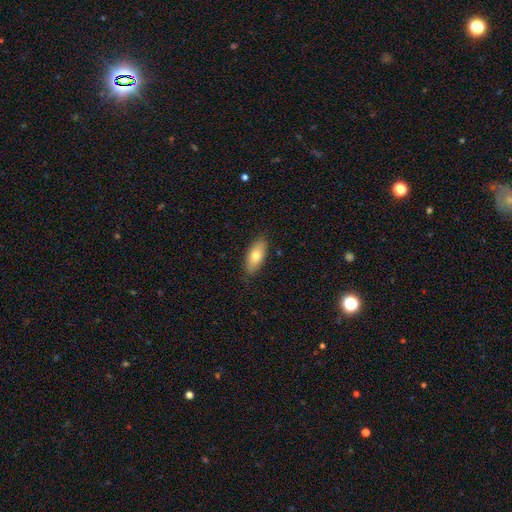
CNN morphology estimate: Q: Smooth or featured?
A: smooth (74%); runner-up: featured or disk (20%)
Q: How rounded?
A: in between (82%); runner-up: cigar-shaped (15%)
Q: Merging?
A: none (85%); runner-up: minor disturbance (12%)